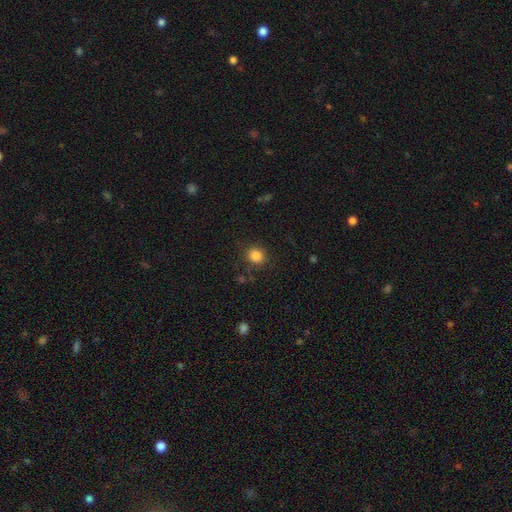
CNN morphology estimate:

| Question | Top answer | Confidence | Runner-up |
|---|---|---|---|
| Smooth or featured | smooth | 84% | star or artifact (11%) |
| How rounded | round | 88% | in between (11%) |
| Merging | none | 86% | minor disturbance (9%) |